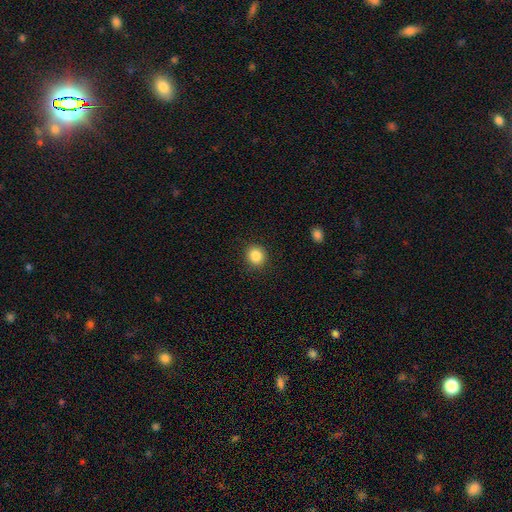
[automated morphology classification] This appears to be a smooth galaxy with no disk features (87%) that is round (84%). Merging: none (90%).